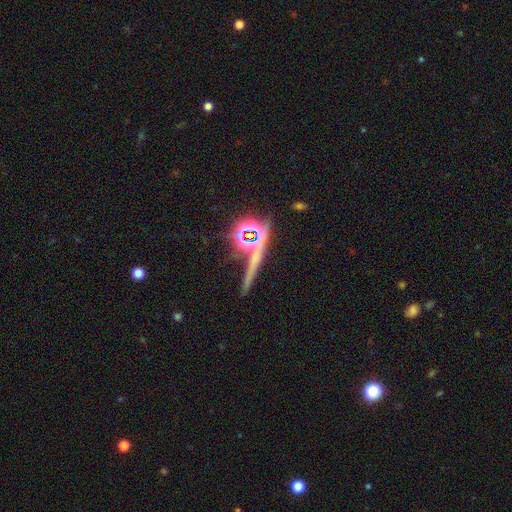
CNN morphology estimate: A star or artifact, not a galaxy (57%).

Vote fractions:
- Smooth or featured? star or artifact: 57% / featured or disk: 23% / smooth: 21%